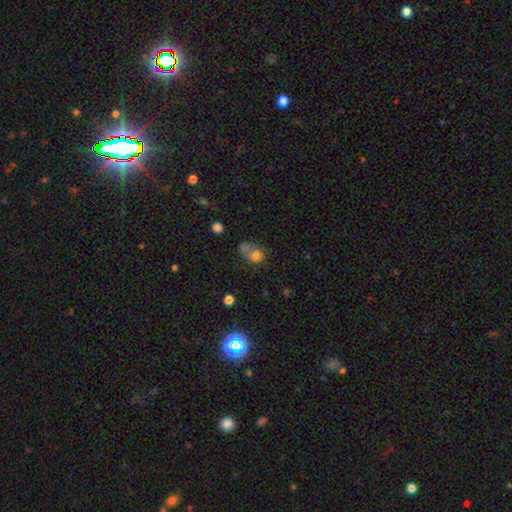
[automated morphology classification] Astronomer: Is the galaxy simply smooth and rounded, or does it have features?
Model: smooth — 72%.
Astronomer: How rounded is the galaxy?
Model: round — 63%.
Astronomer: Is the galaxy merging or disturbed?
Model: merger — 42% (runner-up: none, 30%).